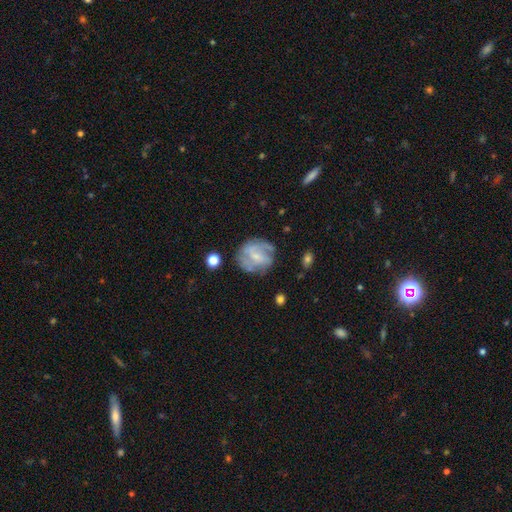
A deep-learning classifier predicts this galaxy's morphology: Q: Smooth or featured?
A: featured or disk (63%); runner-up: smooth (29%)
Q: Edge-on disk?
A: no (97%); runner-up: yes (3%)
Q: Bar?
A: no (44%); runner-up: weak (43%)
Q: Spiral arms?
A: yes (73%); runner-up: no (27%)
Q: Bulge size?
A: small (61%); runner-up: moderate (23%)
Q: Merging?
A: none (62%); runner-up: minor disturbance (21%)